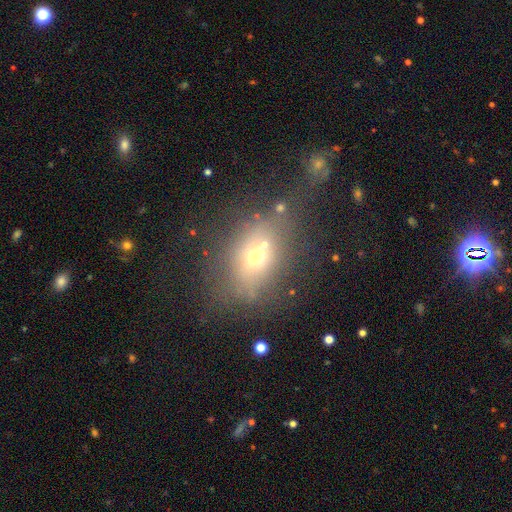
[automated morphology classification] Smooth or featured?
  - smooth: 51% *
  - featured or disk: 29%
  - star or artifact: 20%
How rounded?
  - in between: 60% *
  - round: 35%
  - cigar-shaped: 5%
Merging?
  - none: 49% *
  - minor disturbance: 21%
  - major disturbance: 19%
  - merger: 12%